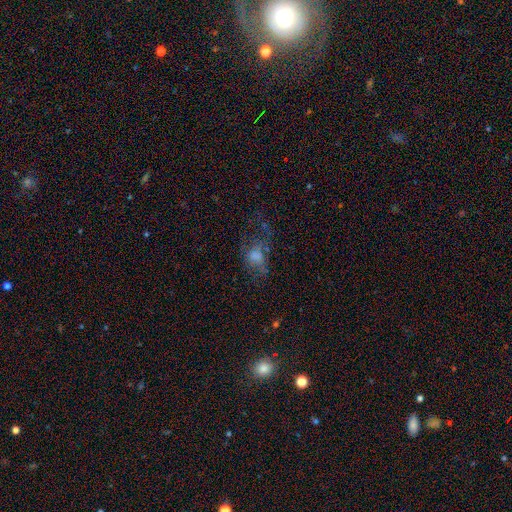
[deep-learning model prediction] Smooth or featured? Predicted: smooth (p=0.42). Merging? Predicted: major disturbance (p=0.40).